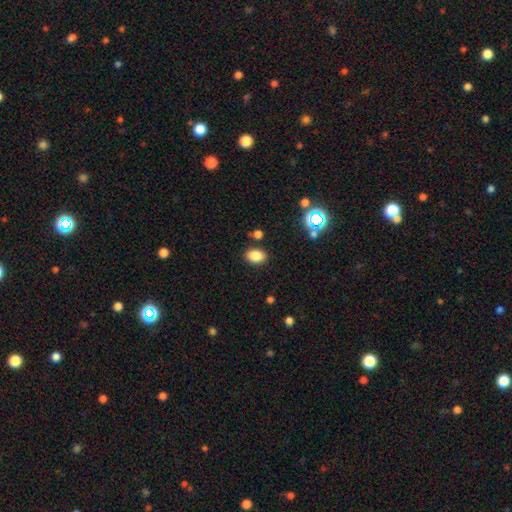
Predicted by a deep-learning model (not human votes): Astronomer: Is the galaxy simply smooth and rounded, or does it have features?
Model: smooth — 83%.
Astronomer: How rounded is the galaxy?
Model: in between — 80%.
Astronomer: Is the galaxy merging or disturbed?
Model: none — 84%.